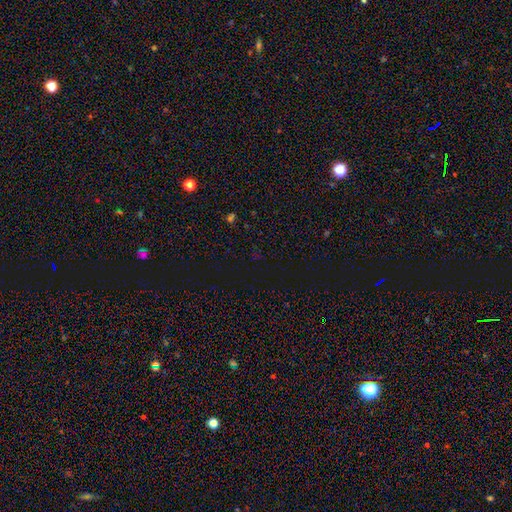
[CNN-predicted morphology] This appears to be a star or artifact, not a galaxy (71%).